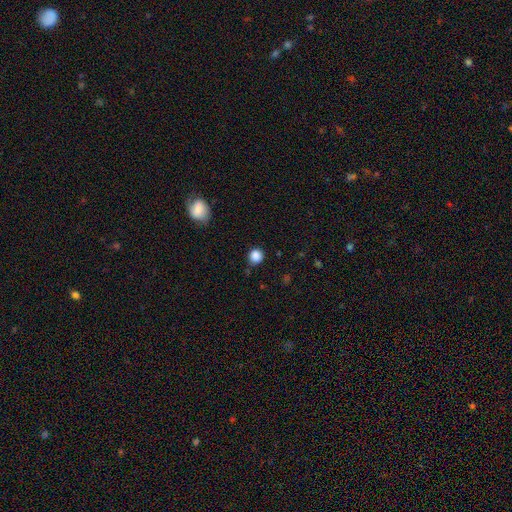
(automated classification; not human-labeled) Overall: smooth (86%). How rounded: round (90%). Merging: none (84%).